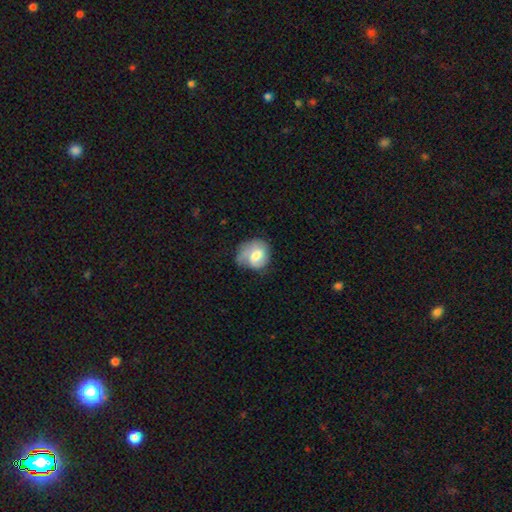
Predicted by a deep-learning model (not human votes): This is possibly a smooth galaxy (56%). How rounded: likely round (64%). Merging: marginally none (43%).